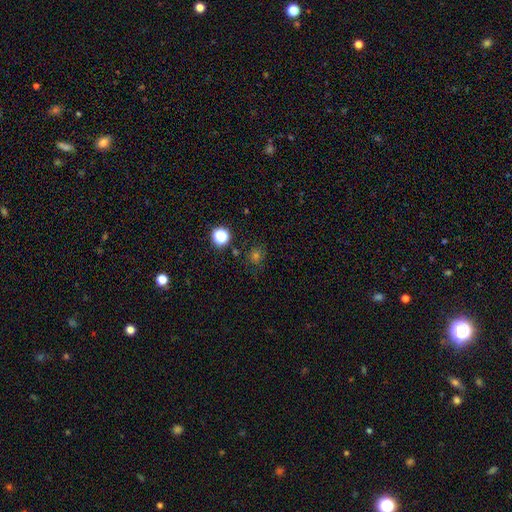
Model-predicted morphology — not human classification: type=smooth (56%); roundness=round (86%); merging=none (81%).